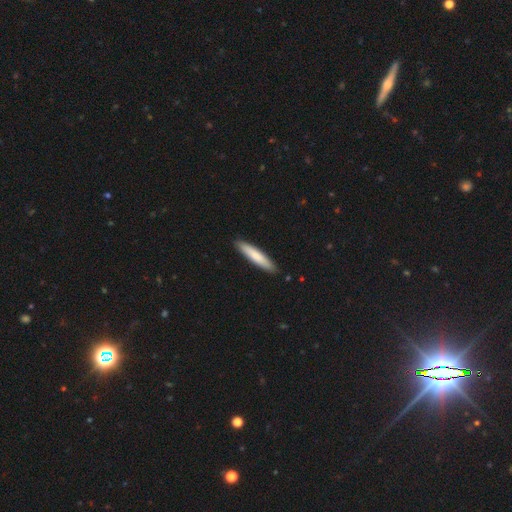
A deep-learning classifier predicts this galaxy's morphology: type=smooth (78%); roundness=cigar-shaped (89%); merging=none (90%).